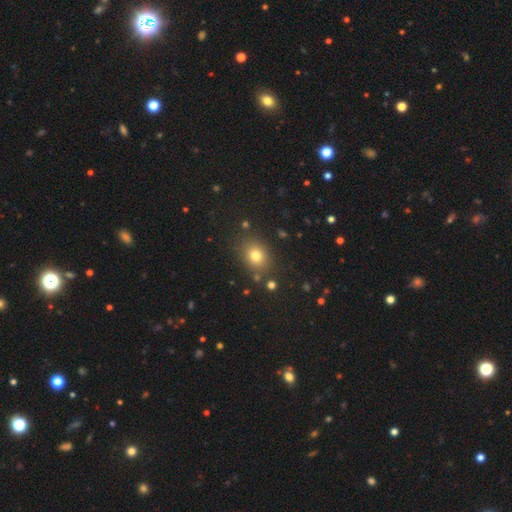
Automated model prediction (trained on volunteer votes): This appears to be a smooth galaxy with no disk features (77%) that is round (55%). Merging: none (83%).